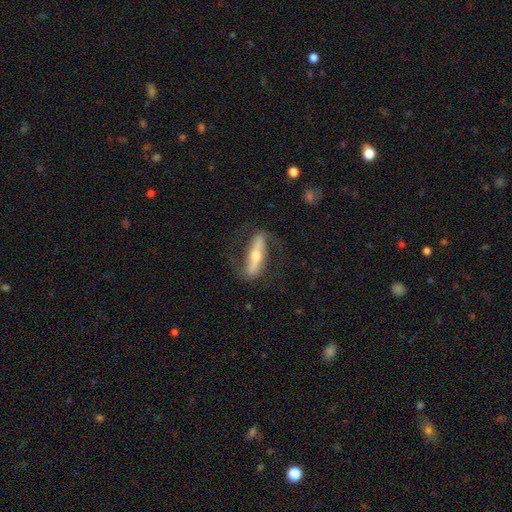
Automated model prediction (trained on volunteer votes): Smooth or featured? featured or disk (74%)
Edge-on disk? no (60%)
Merging? none (73%)